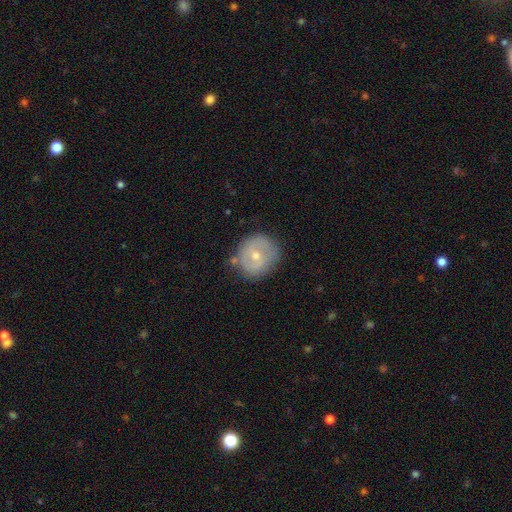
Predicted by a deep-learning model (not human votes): A featured or disk galaxy (48%).

Vote fractions:
- Smooth or featured? featured or disk: 48% / smooth: 45% / star or artifact: 7%
- Merging? none: 72% / minor disturbance: 19% / major disturbance: 5% / merger: 4%